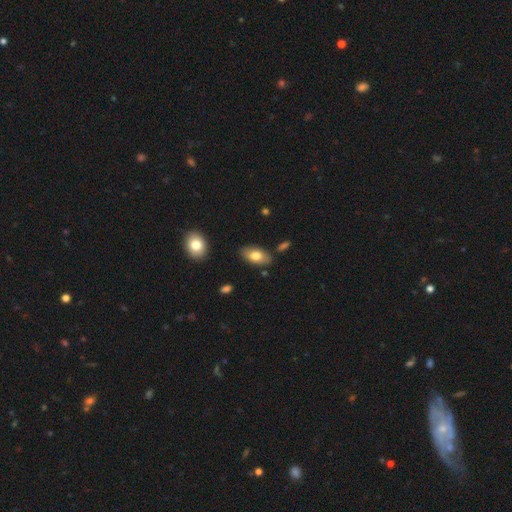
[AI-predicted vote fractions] smooth-or-featured: smooth: 76% | featured or disk: 18% | star or artifact: 7%
  how-rounded: in between: 93% | round: 4% | cigar-shaped: 3%
  merging: none: 82% | minor disturbance: 12% | merger: 3% | major disturbance: 3%